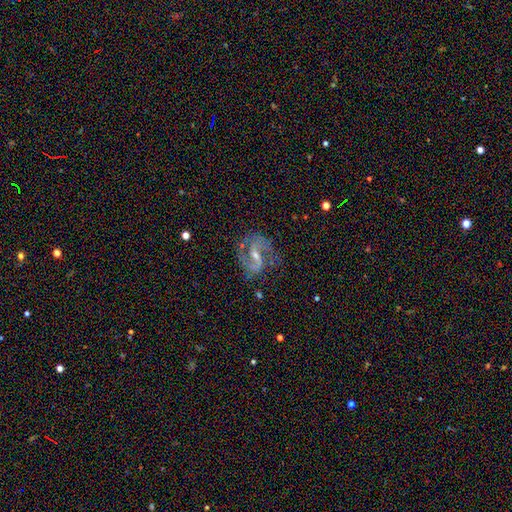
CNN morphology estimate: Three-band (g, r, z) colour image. It shows a featured or disk galaxy (87%) with a weak bar (49%), 2 (91%) medium (56%) spiral arms (96%) and a small central bulge (56%). Merging: none (74%).